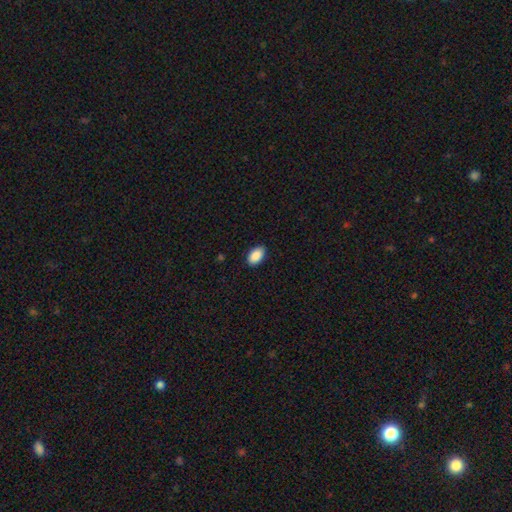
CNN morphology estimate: A smooth galaxy with no disk features (90%) that is in between round and cigar-shaped (93%). Merging: none (88%).